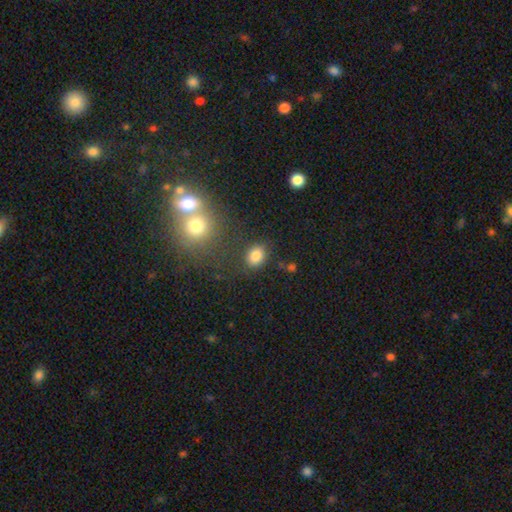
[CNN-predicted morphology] smooth-or-featured: smooth: 82% | star or artifact: 12% | featured or disk: 6%
  how-rounded: in between: 61% | round: 38% | cigar-shaped: 1%
  merging: none: 79% | minor disturbance: 12% | merger: 5% | major disturbance: 4%